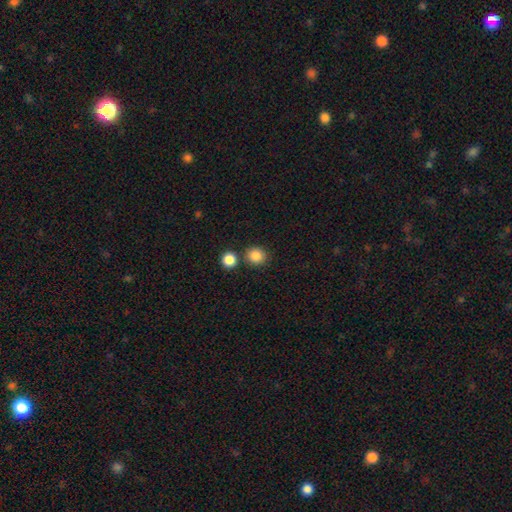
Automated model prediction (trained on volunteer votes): A smooth galaxy with no disk features (86%) that is round (89%). Merging: none (79%).